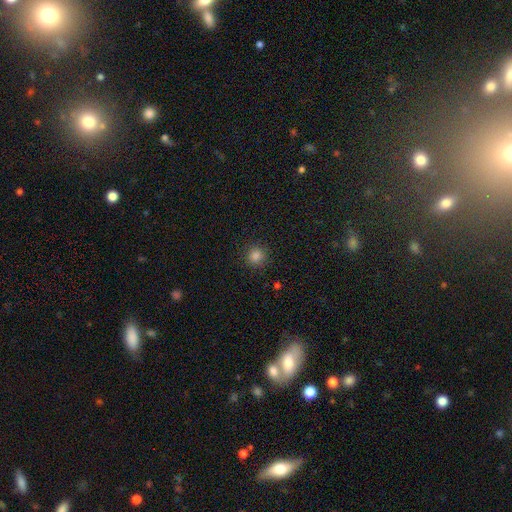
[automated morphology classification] Overall: smooth (84%). How rounded: round (93%). Merging: none (91%).